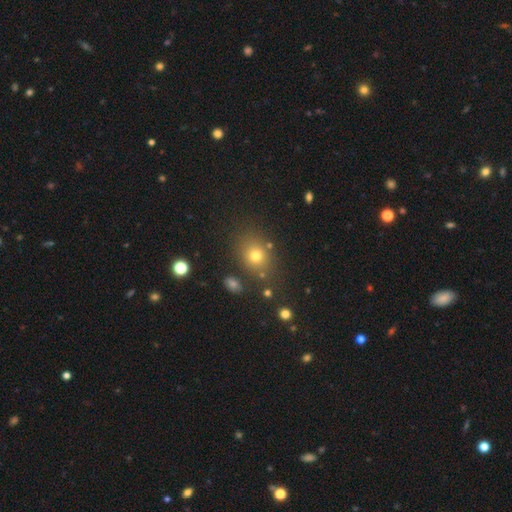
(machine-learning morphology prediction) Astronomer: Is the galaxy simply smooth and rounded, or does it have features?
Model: smooth — 71%.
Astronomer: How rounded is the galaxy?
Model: round — 57% (runner-up: in between, 42%).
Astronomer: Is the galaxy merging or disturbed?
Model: none — 78%.